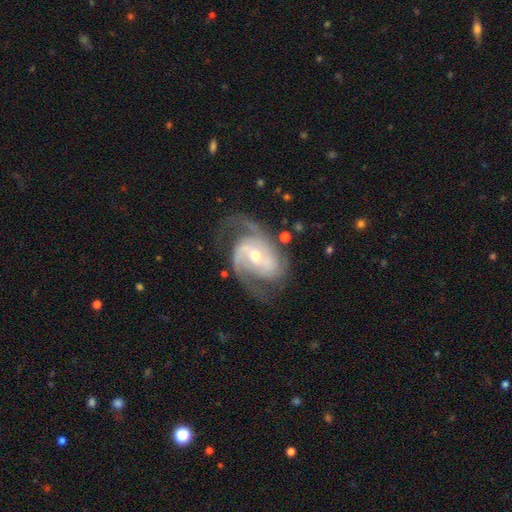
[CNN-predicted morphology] smooth_or_featured: featured or disk (p=0.90) [alt: star or artifact p=0.05]
disk_edge_on: no (p=0.97) [alt: yes p=0.03]
bar: weak (p=0.43) [alt: no p=0.37]
has_spiral_arms: yes (p=0.98) [alt: no p=0.02]
spiral_winding: medium (p=0.50) [alt: tight p=0.36]
spiral_arm_count: 2 (p=0.63) [alt: 3 p=0.20]
bulge_size: small (p=0.48) [tied with: moderate p=0.48]
merging: none (p=0.66) [alt: minor disturbance p=0.19]